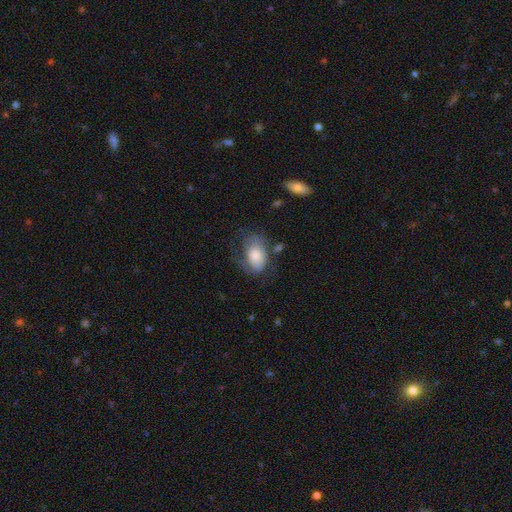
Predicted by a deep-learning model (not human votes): A smooth galaxy with no disk features (66%) that is in between round and cigar-shaped (88%).

Vote fractions:
- Smooth or featured? smooth: 66% / featured or disk: 27% / star or artifact: 7%
- How rounded? in between: 88% / round: 11% / cigar-shaped: 1%
- Merging? none: 43% / minor disturbance: 29% / major disturbance: 23% / merger: 4%